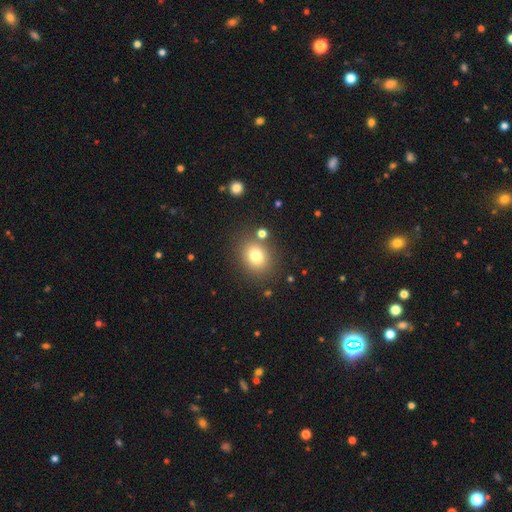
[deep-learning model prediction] Smooth or featured? smooth (77%)
How rounded? round (59%)
Merging? none (79%)